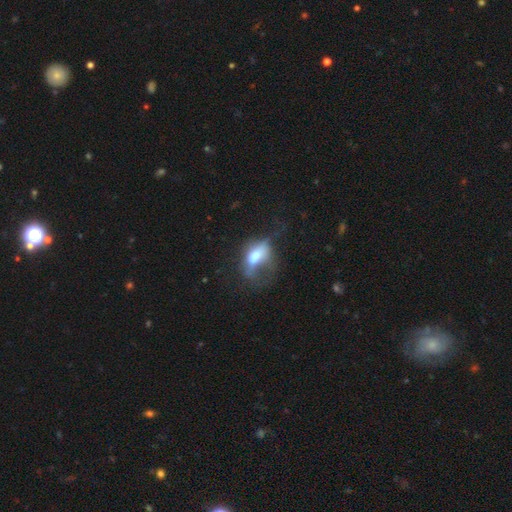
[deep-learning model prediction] Smooth or featured? smooth (57%)
How rounded? in between (82%)
Merging? major disturbance (54%)